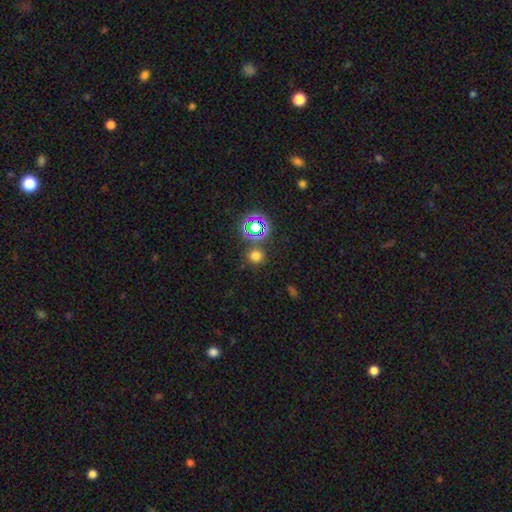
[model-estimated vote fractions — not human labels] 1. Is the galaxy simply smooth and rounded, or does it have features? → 66% smooth, 28% star or artifact, 6% featured or disk.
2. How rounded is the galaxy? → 88% round, 11% in between, 1% cigar-shaped.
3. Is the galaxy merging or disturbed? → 78% none, 9% merger, 9% minor disturbance, 4% major disturbance.